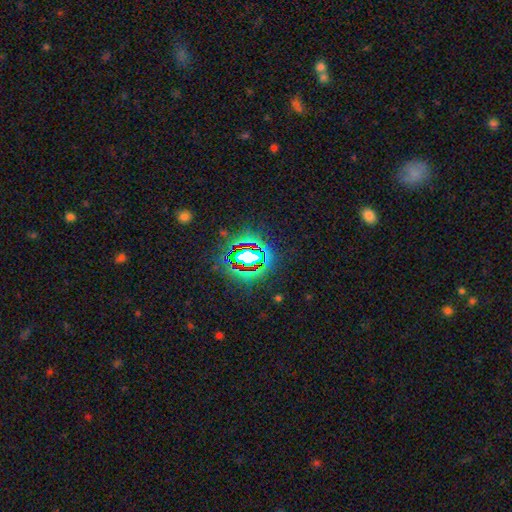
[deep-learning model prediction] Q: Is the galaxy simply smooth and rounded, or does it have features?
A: star or artifact — 79%.